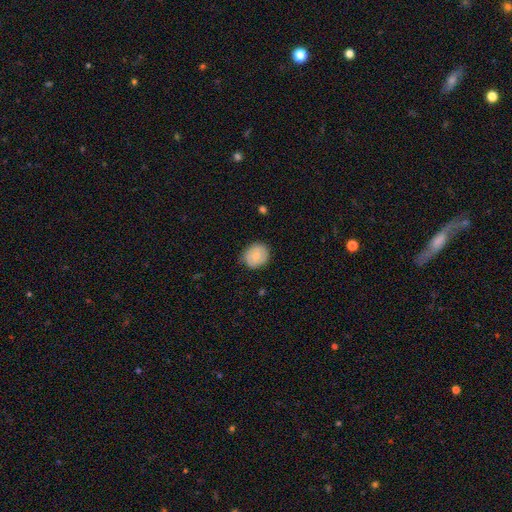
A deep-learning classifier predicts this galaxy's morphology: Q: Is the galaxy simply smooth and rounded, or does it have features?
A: smooth — 73%.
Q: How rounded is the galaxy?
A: round — 77%.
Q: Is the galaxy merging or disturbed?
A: none — 78%.